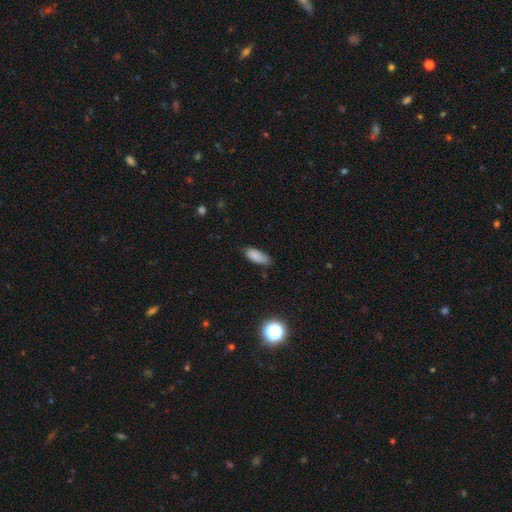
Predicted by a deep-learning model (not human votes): Overall: smooth (84%). How rounded: in between (80%). Merging: none (67%).